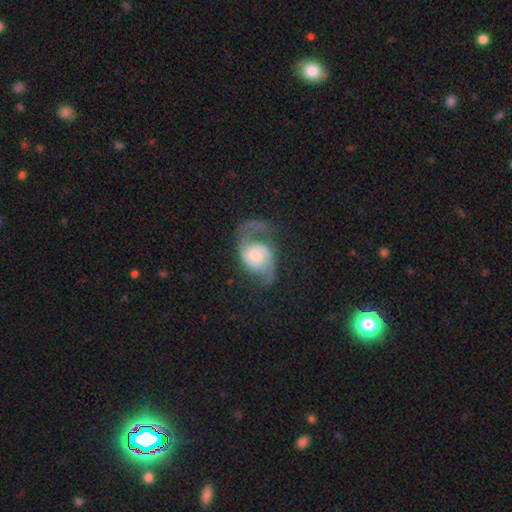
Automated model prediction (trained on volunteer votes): smooth_or_featured: featured or disk (p=0.79) [alt: smooth p=0.15]
disk_edge_on: no (p=0.97) [alt: yes p=0.03]
bar: no (p=0.61) [alt: weak p=0.32]
has_spiral_arms: yes (p=0.93) [alt: no p=0.07]
spiral_winding: loose (p=0.55) [alt: medium p=0.35]
spiral_arm_count: 2 (p=0.85) [alt: 1 p=0.08]
bulge_size: moderate (p=0.44) [alt: small p=0.35]
merging: none (p=0.47) [alt: major disturbance p=0.32]